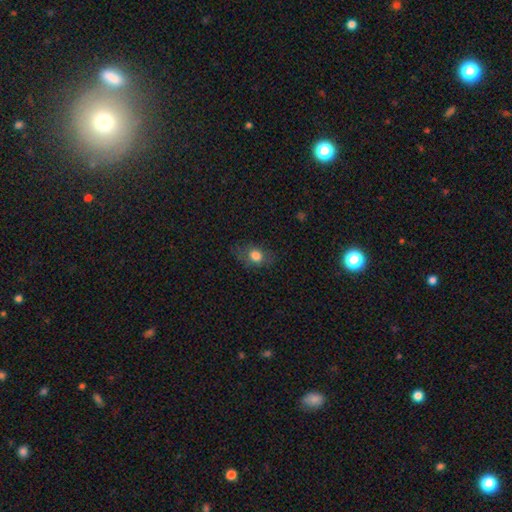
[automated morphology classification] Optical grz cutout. It shows a smooth galaxy with no disk features (76%) that is in between round and cigar-shaped (65%). Merging: none (67%).